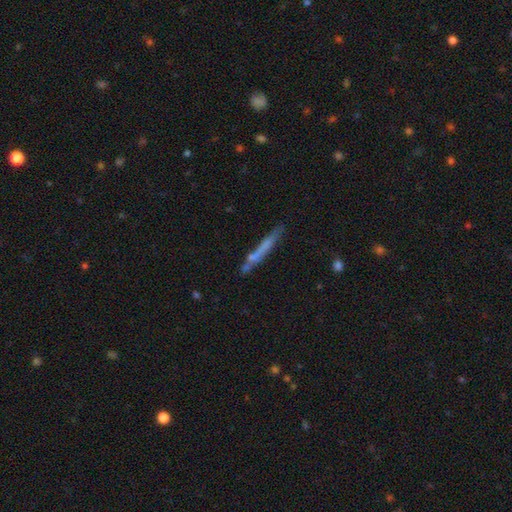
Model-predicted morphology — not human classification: Q: Smooth or featured?
A: smooth (48%); runner-up: featured or disk (43%)
Q: Merging?
A: none (71%); runner-up: minor disturbance (16%)